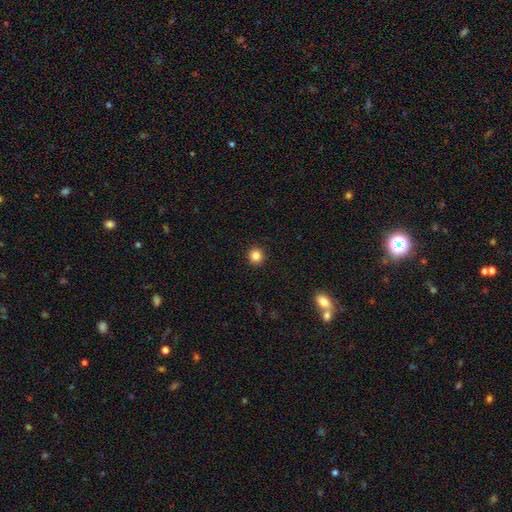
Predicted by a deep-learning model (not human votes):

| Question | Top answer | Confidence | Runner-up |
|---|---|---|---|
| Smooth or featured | smooth | 84% | star or artifact (11%) |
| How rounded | round | 94% | in between (5%) |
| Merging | none | 93% | minor disturbance (4%) |